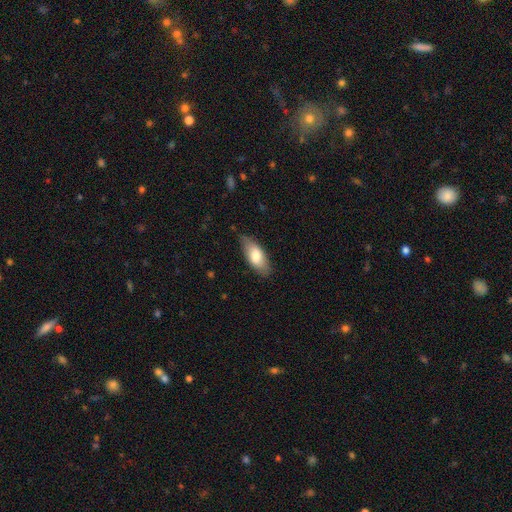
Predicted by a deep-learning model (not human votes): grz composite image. It shows a smooth galaxy with no disk features (76%) that is in between round and cigar-shaped (83%). Merging: none (79%).